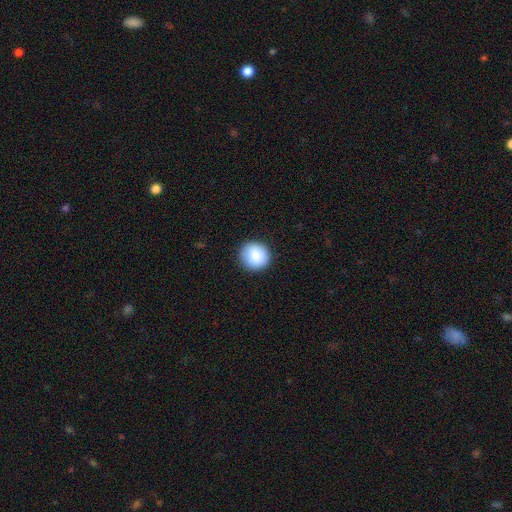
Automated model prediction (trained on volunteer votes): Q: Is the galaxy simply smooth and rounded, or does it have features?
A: smooth — 87%.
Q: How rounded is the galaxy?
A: round — 90%.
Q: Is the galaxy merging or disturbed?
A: none — 89%.